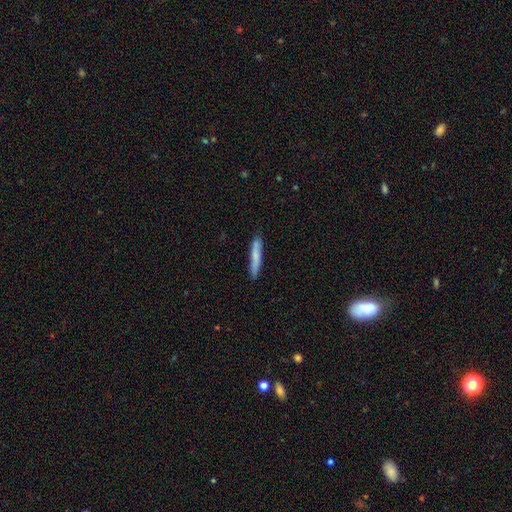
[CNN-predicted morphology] smooth_or_featured: smooth (p=0.75) [alt: featured or disk p=0.19]
how_rounded: cigar-shaped (p=0.94) [alt: in between p=0.04]
merging: none (p=0.87) [alt: minor disturbance p=0.10]